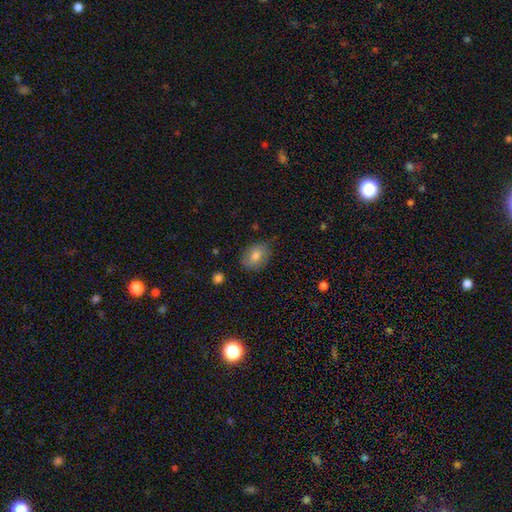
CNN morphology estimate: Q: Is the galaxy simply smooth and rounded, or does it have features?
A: smooth — 76%.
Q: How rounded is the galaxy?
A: in between — 73%.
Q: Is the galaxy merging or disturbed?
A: none — 79%.